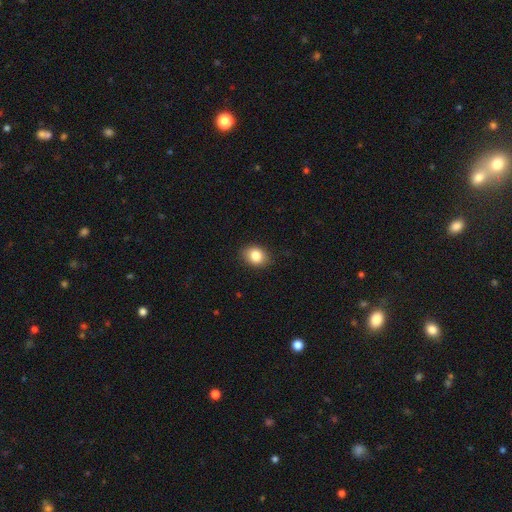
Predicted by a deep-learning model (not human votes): Overall: smooth (84%). How rounded: in between (57%; round 42%). Merging: none (87%).